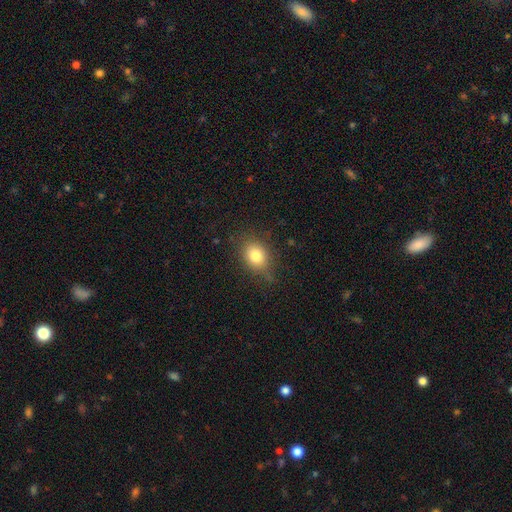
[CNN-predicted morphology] Smooth or featured? smooth (79%)
How rounded? in between (56%)
Merging? none (75%)